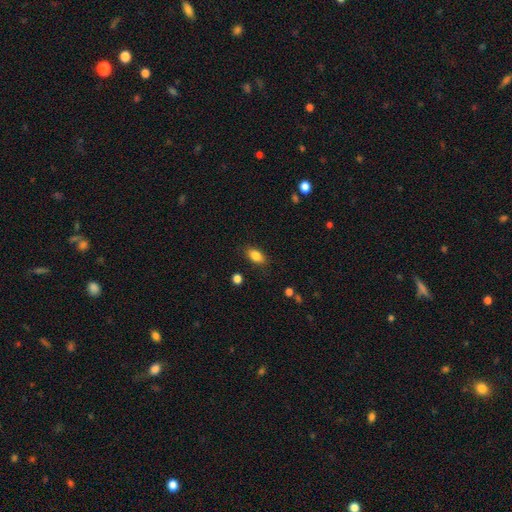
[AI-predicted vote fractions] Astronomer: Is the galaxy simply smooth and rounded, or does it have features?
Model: smooth — 85%.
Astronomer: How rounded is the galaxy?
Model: in between — 88%.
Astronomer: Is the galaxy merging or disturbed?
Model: none — 84%.